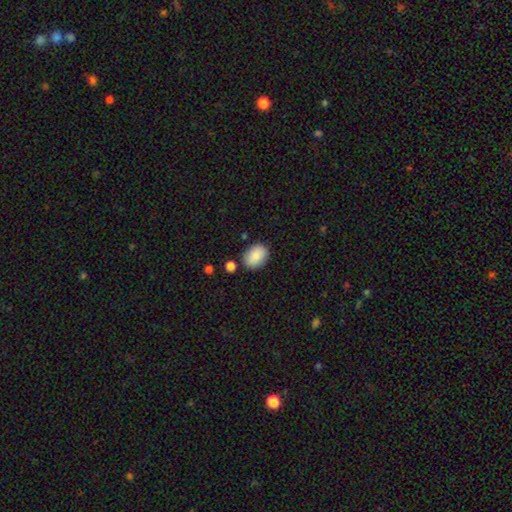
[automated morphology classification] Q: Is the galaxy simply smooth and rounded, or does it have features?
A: smooth — 87%.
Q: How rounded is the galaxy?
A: in between — 78%.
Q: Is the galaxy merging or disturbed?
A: none — 82%.